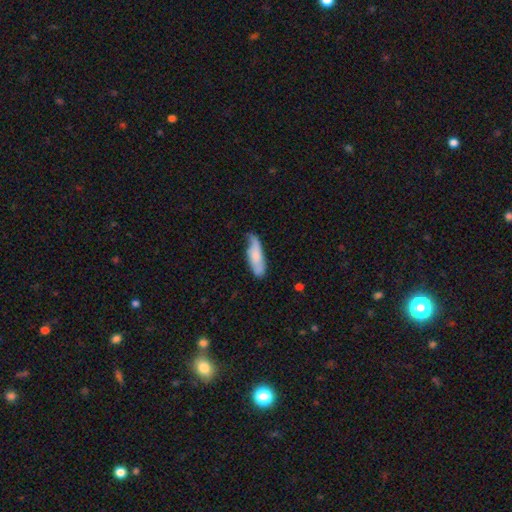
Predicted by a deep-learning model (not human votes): Overall: smooth (67%). How rounded: in between (50%; cigar-shaped 48%). Merging: none (49%; minor disturbance 36%).